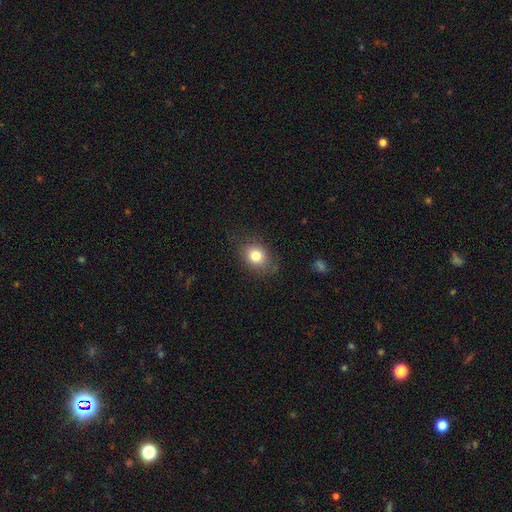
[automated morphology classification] Smooth or featured: smooth — 80% (star or artifact — 11%)
How rounded: round — 50% (in between — 49%)
Merging: none — 77% (minor disturbance — 16%)